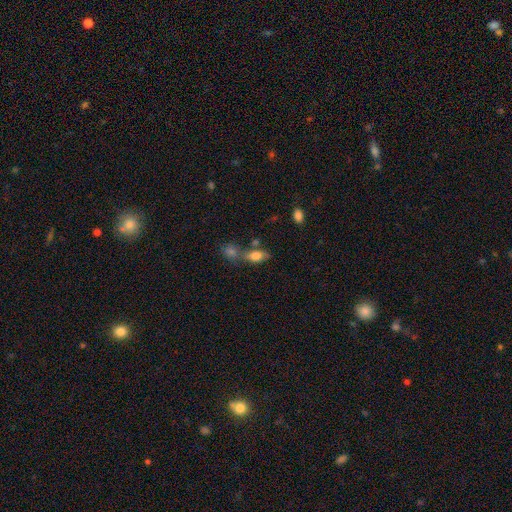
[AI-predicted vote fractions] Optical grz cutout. It shows a smooth galaxy with no disk features (76%) that is in between round and cigar-shaped (84%). Merging: none (46%).